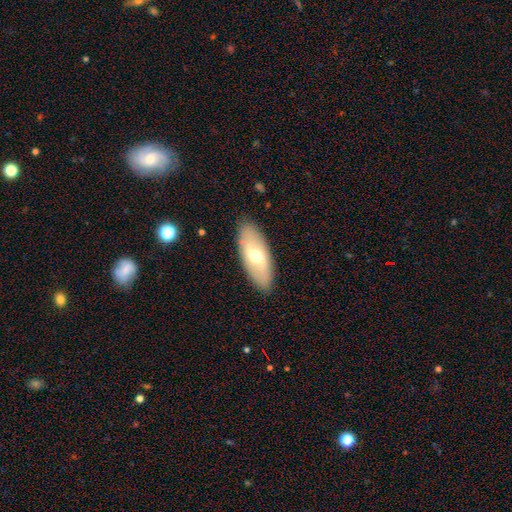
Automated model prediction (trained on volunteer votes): Morphology: type=smooth (47%, tied with featured or disk); merging=none (88%).